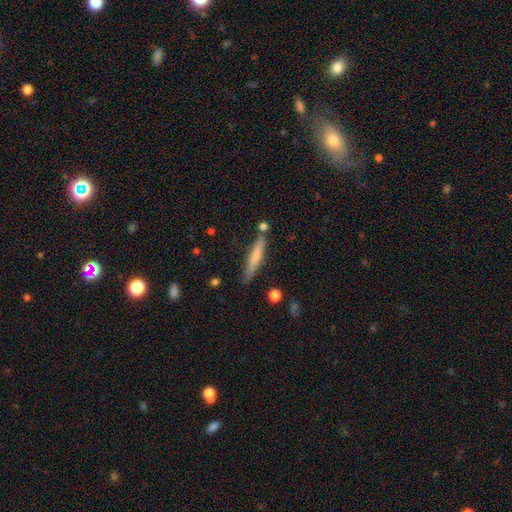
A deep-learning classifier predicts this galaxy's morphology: A smooth galaxy with no disk features (65%) that is cigar-shaped (92%). Merging: none (77%).